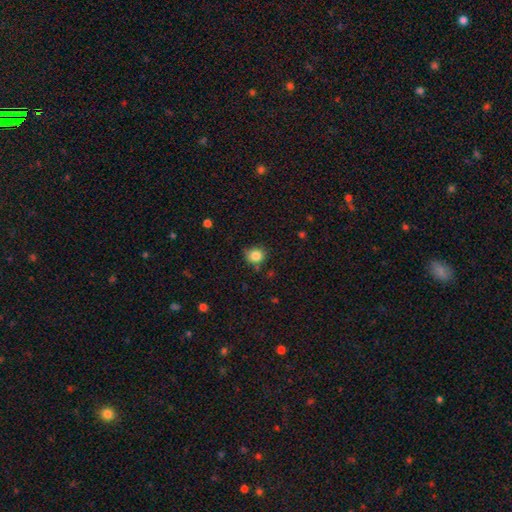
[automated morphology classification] This is clearly a smooth galaxy (84%). How rounded: likely round (78%). Merging: likely none (73%).